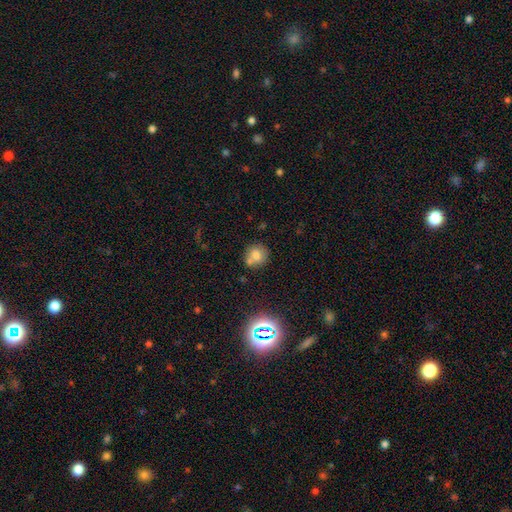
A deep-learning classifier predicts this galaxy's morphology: Smooth or featured?
  - smooth: 72% *
  - featured or disk: 14%
  - star or artifact: 14%
How rounded?
  - round: 83% *
  - in between: 16%
  - cigar-shaped: 1%
Merging?
  - none: 59% *
  - merger: 23%
  - minor disturbance: 13%
  - major disturbance: 4%